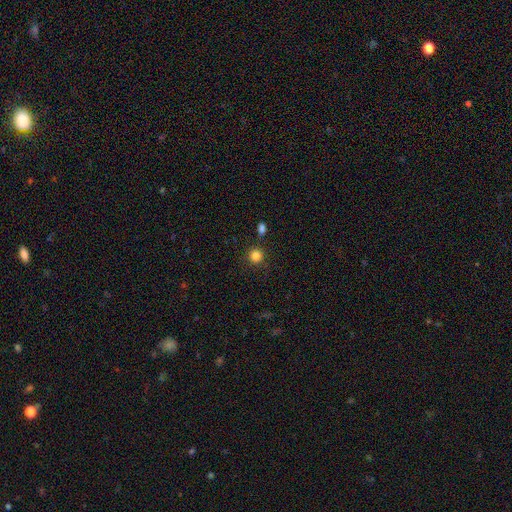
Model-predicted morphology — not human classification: smooth-or-featured: smooth: 83% | star or artifact: 12% | featured or disk: 4%
  how-rounded: round: 92% | in between: 7% | cigar-shaped: 1%
  merging: none: 84% | minor disturbance: 8% | merger: 5% | major disturbance: 3%